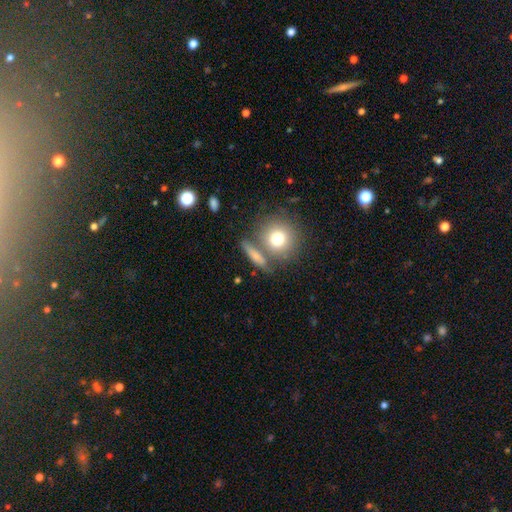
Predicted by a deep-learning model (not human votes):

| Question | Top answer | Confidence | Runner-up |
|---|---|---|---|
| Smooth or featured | smooth | 70% | featured or disk (21%) |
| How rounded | round | 43% | cigar-shaped (30%) |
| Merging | none | 63% | merger (17%) |